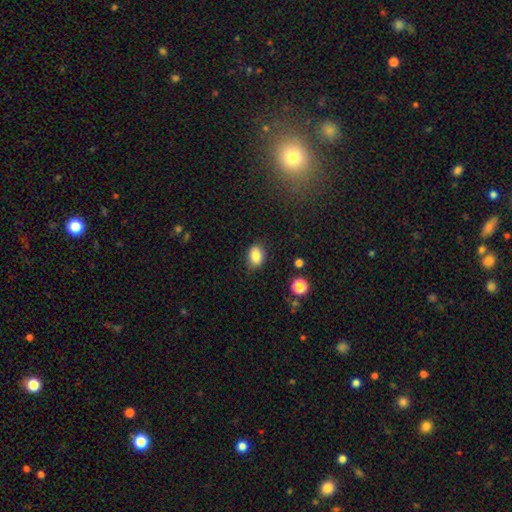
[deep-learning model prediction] smooth-or-featured: smooth: 84% | star or artifact: 9% | featured or disk: 7%
  how-rounded: in between: 72% | round: 27% | cigar-shaped: 1%
  merging: none: 79% | minor disturbance: 16% | major disturbance: 3% | merger: 2%